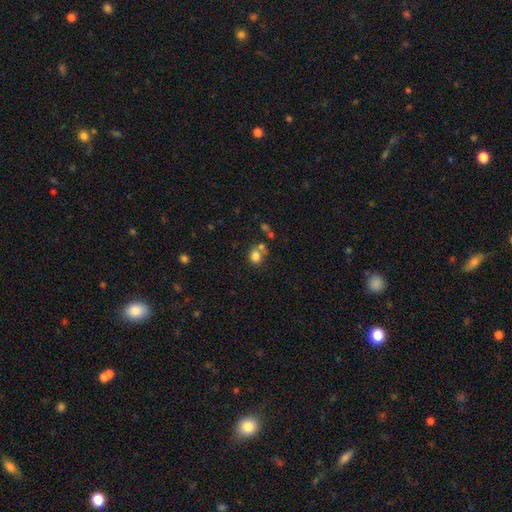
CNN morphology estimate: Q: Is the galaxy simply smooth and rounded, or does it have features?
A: smooth — 78%.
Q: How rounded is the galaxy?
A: round — 72%.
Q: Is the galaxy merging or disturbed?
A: none — 47%.